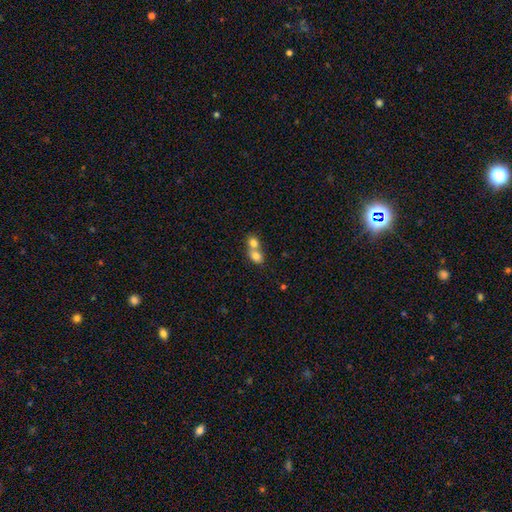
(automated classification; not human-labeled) Smooth or featured?
  - smooth: 77% *
  - featured or disk: 14%
  - star or artifact: 9%
How rounded?
  - in between: 50% *
  - round: 49%
  - cigar-shaped: 1%
Merging?
  - merger: 73% *
  - none: 20%
  - minor disturbance: 4%
  - major disturbance: 2%